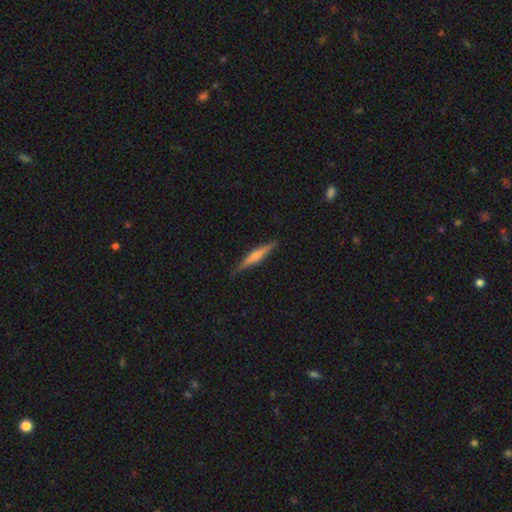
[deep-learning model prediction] This is possibly a featured or disk galaxy (51%). It is clearly viewed edge-on (97%). Merging: clearly none (86%).